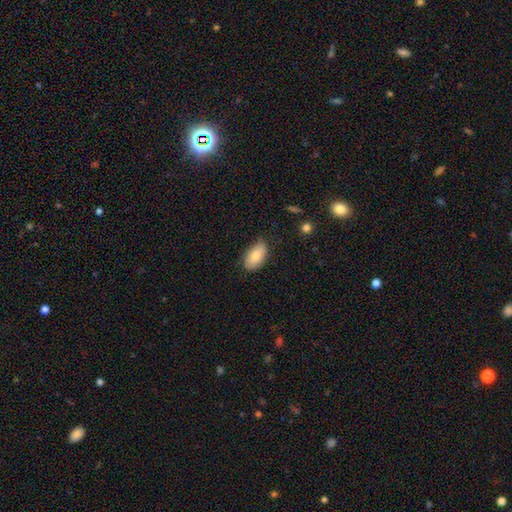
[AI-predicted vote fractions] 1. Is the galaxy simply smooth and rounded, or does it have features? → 80% smooth, 13% featured or disk, 7% star or artifact.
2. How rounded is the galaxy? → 93% in between, 4% round, 2% cigar-shaped.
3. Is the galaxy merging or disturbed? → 72% none, 24% minor disturbance, 3% major disturbance, 1% merger.